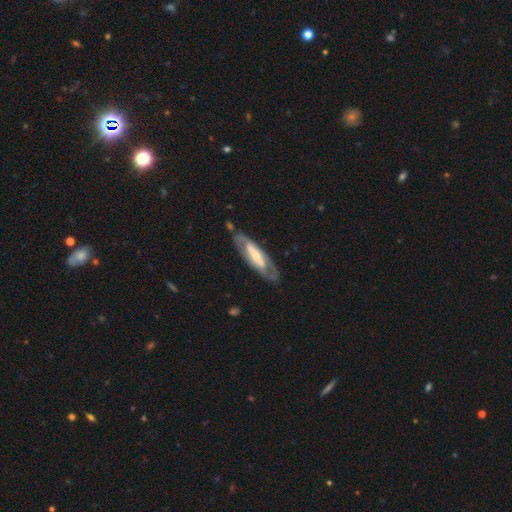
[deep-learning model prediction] featured or disk 67%, smooth 28%, star or artifact 5%. Down the decision tree: edge-on disk — no (76%); bar — strong (41%); spiral arms — yes (56%); bulge size — small (45%); merging — none (76%).